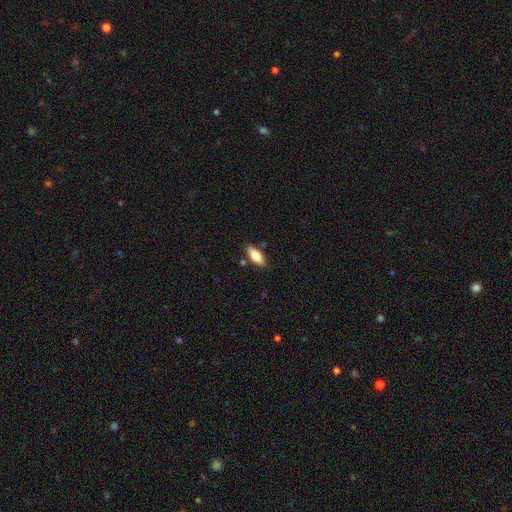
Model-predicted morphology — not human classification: Q: Smooth or featured?
A: smooth (75%); runner-up: featured or disk (19%)
Q: How rounded?
A: in between (78%); runner-up: cigar-shaped (19%)
Q: Merging?
A: none (83%); runner-up: minor disturbance (11%)